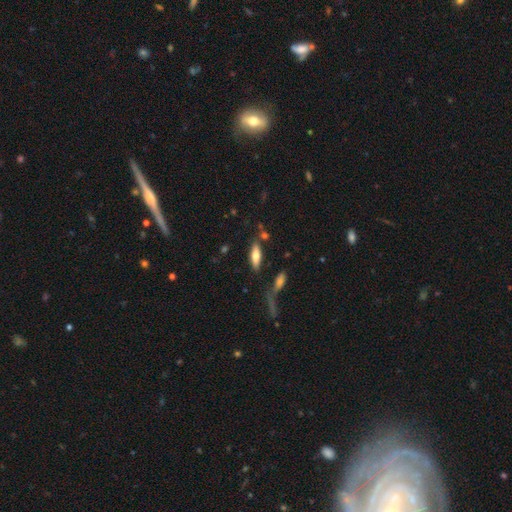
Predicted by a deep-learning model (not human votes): This appears to be a smooth galaxy with no disk features (65%) that is in between round and cigar-shaped (58%). Merging: none (76%).